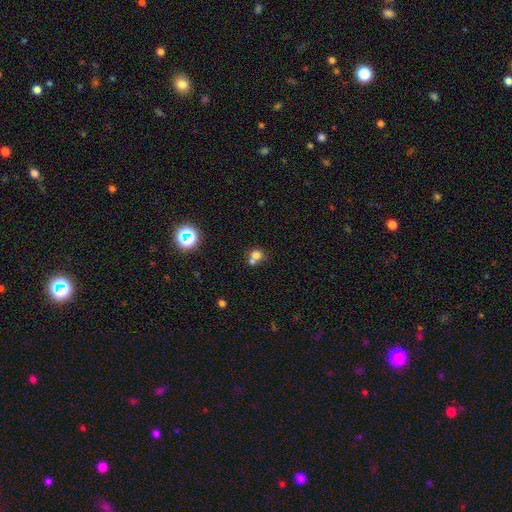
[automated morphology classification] Smooth or featured: smooth — 73% (star or artifact — 15%)
How rounded: round — 75% (in between — 24%)
Merging: merger — 50% (none — 39%)